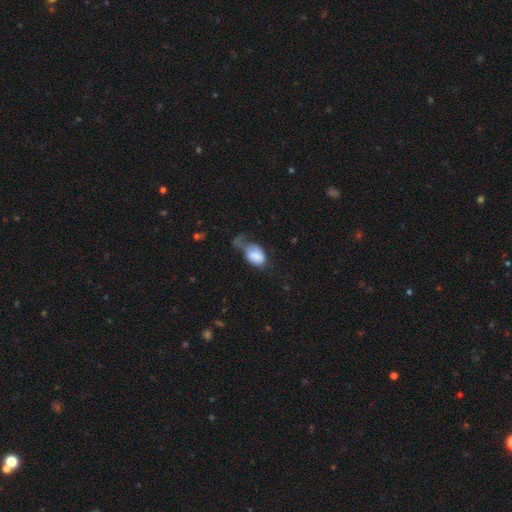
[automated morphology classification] Overall: smooth (78%). How rounded: in between (84%). Merging: major disturbance (43%; minor disturbance 27%).